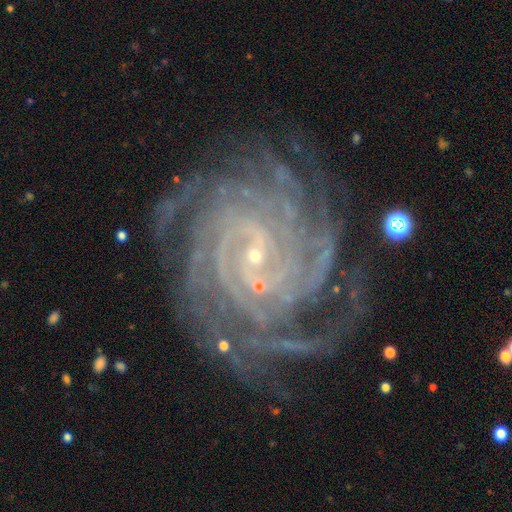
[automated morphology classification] featured or disk 92%, star or artifact 5%, smooth 3%. Down the decision tree: edge-on disk — no (98%); bar — weak (41%); spiral arms — yes (99%); spiral arm count — more than 4 (33%); spiral winding — tight (83%); bulge size — small (87%); merging — none (78%).